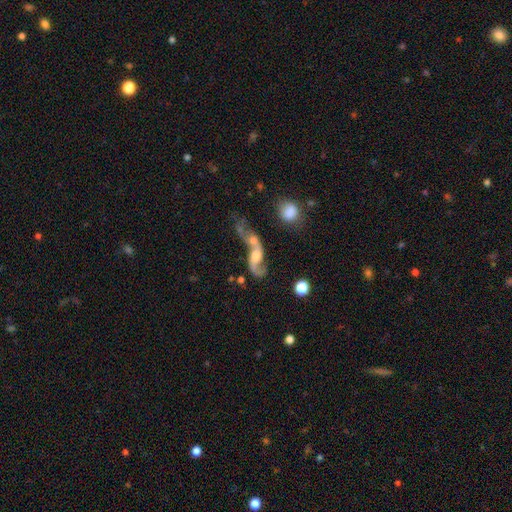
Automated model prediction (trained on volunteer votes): This is likely a featured or disk galaxy (73%). It is clearly not viewed edge-on (92%). Bar: possibly no (57%). Spiral arm pattern: clearly yes (86%). Spiral arm count: clearly 2 (85%). Spiral winding: clearly loose (81%). Central bulge: marginally moderate (42%). Merging: possibly merger (56%).